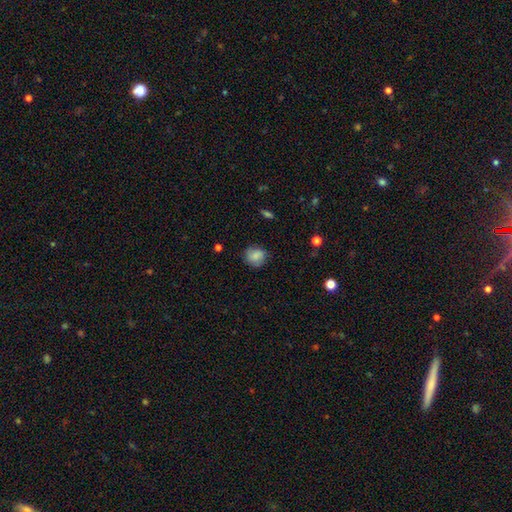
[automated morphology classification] smooth 82%, featured or disk 10%, star or artifact 8%. Down the decision tree: how rounded — round (81%); merging — none (77%).